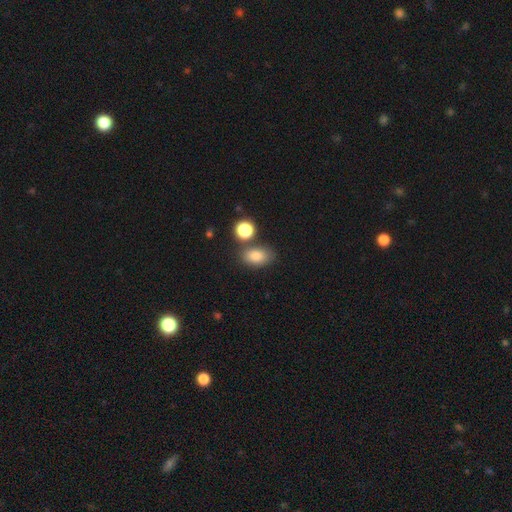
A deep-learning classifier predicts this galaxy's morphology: This is clearly a smooth galaxy (83%). How rounded: clearly in between (86%). Merging: likely none (69%).